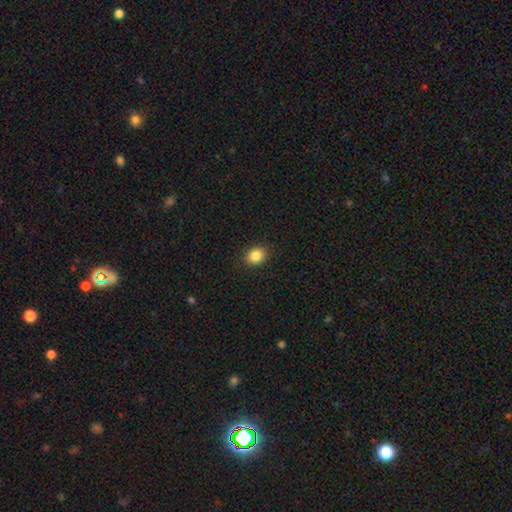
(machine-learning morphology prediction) Smooth or featured: smooth — 86% (star or artifact — 10%)
How rounded: round — 54% (in between — 45%)
Merging: none — 90% (minor disturbance — 7%)